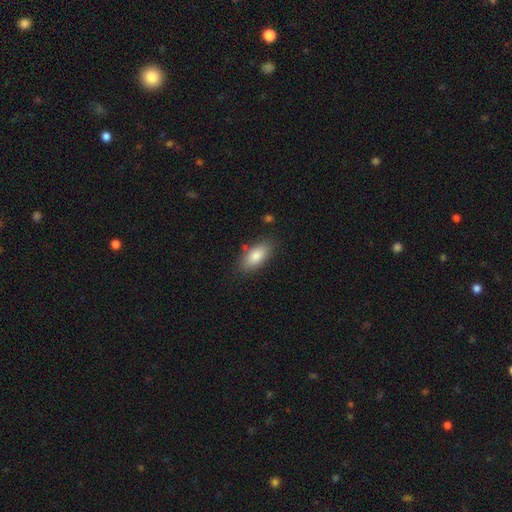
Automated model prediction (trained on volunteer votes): Smooth or featured?
  - smooth: 83% *
  - featured or disk: 10%
  - star or artifact: 7%
How rounded?
  - in between: 88% *
  - cigar-shaped: 8%
  - round: 3%
Merging?
  - none: 82% *
  - minor disturbance: 13%
  - major disturbance: 3%
  - merger: 2%